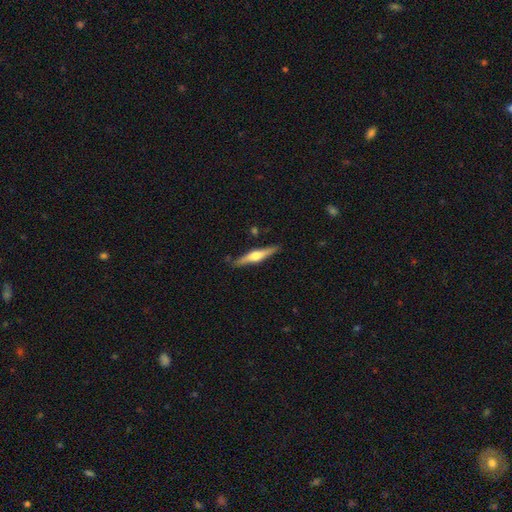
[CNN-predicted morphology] This is likely a featured or disk galaxy (64%). It is clearly viewed edge-on (96%). Edge-on bulge: clearly rounded (92%). Merging: clearly none (86%).